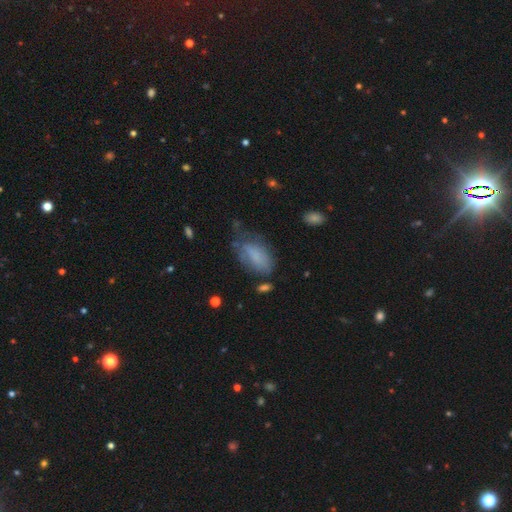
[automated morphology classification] Smooth or featured? Predicted: smooth (p=0.67). How rounded? Predicted: in between (p=0.90). Merging? Predicted: none (p=0.41).